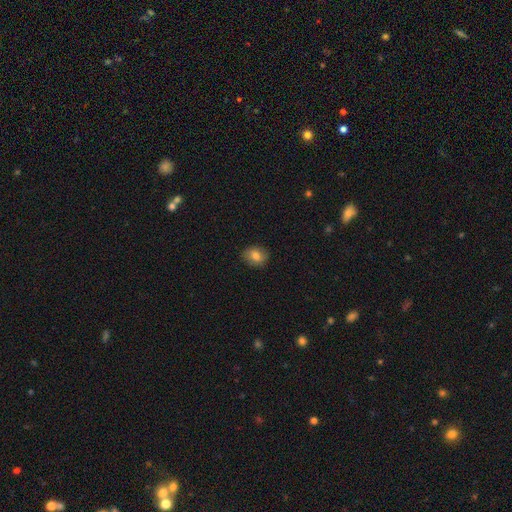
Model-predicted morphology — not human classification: The model was most divided on "how rounded": round: 58%, in between: 40%, cigar-shaped: 1%. More confident: merging — none (85%); smooth or featured — smooth (75%).